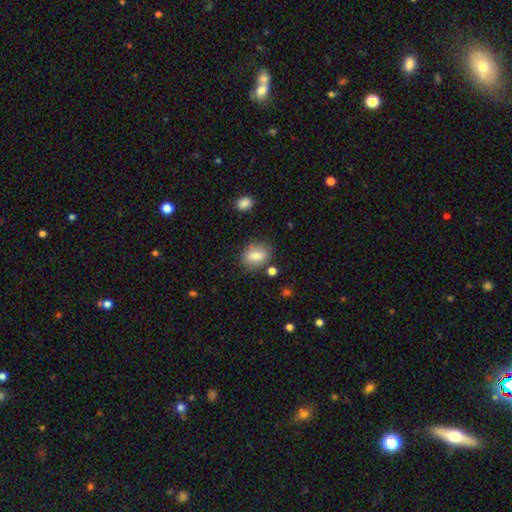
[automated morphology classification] A smooth galaxy with no disk features (80%) that is in between round and cigar-shaped (67%).

Vote fractions:
- Smooth or featured? smooth: 80% / featured or disk: 12% / star or artifact: 8%
- How rounded? in between: 67% / round: 31% / cigar-shaped: 2%
- Merging? none: 77% / minor disturbance: 14% / merger: 5% / major disturbance: 4%